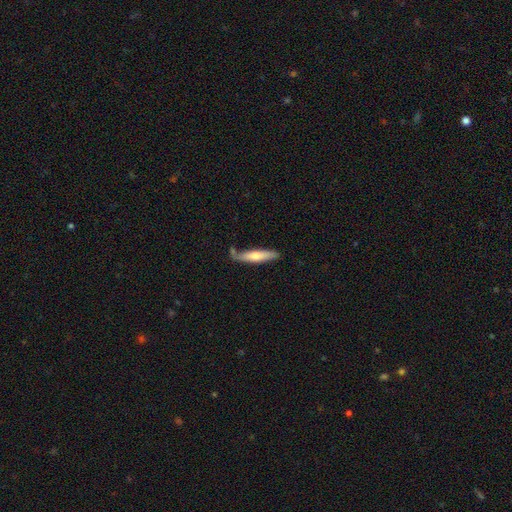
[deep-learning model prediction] This is possibly a smooth galaxy (57%). How rounded: clearly cigar-shaped (86%). Merging: likely none (72%).